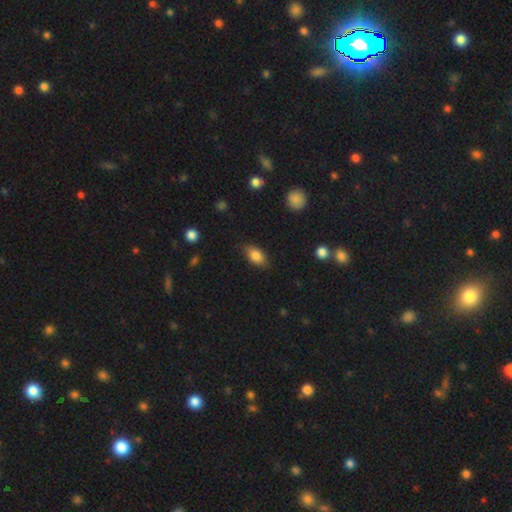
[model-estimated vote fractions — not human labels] The model was most divided on "merging": none: 81%, minor disturbance: 15%, major disturbance: 3%, merger: 1%. More confident: how rounded — in between (89%); smooth or featured — smooth (83%).